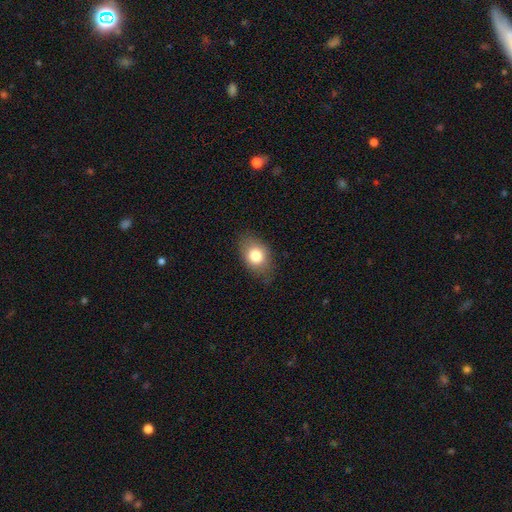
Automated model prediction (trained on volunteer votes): smooth_or_featured: smooth (p=0.80) [alt: featured or disk p=0.12]
how_rounded: in between (p=0.78) [alt: round p=0.21]
merging: none (p=0.77) [alt: minor disturbance p=0.17]